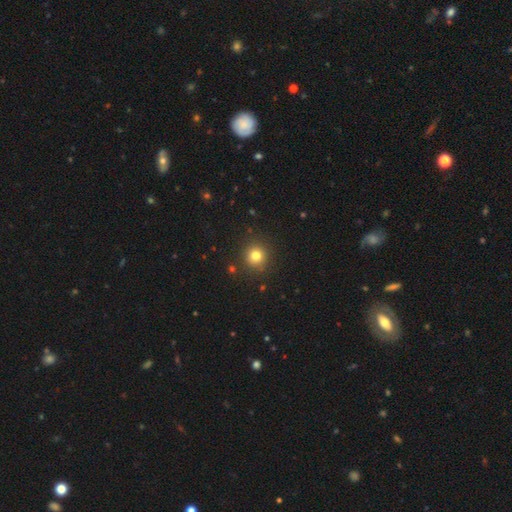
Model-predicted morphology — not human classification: Smooth or featured?
  - smooth: 79% *
  - star or artifact: 14%
  - featured or disk: 7%
How rounded?
  - round: 93% *
  - in between: 6%
  - cigar-shaped: 1%
Merging?
  - none: 89% *
  - minor disturbance: 7%
  - major disturbance: 2%
  - merger: 2%